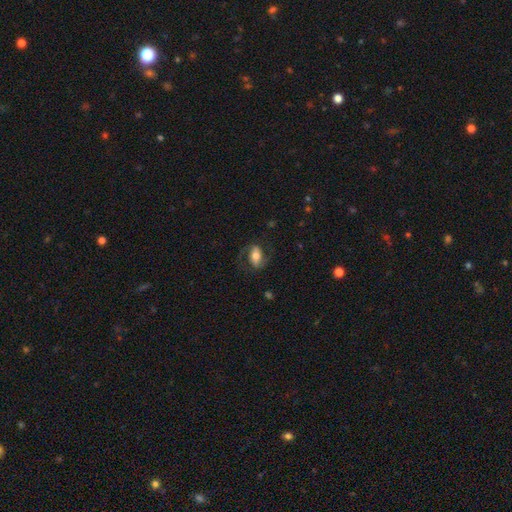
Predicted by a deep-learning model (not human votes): Smooth or featured? smooth (51%)
How rounded? in between (86%)
Merging? none (68%)